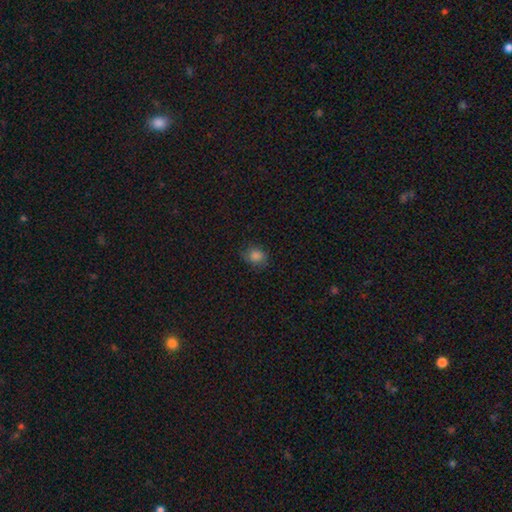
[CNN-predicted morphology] Overall: smooth (82%). How rounded: round (62%; in between 37%). Merging: none (75%).